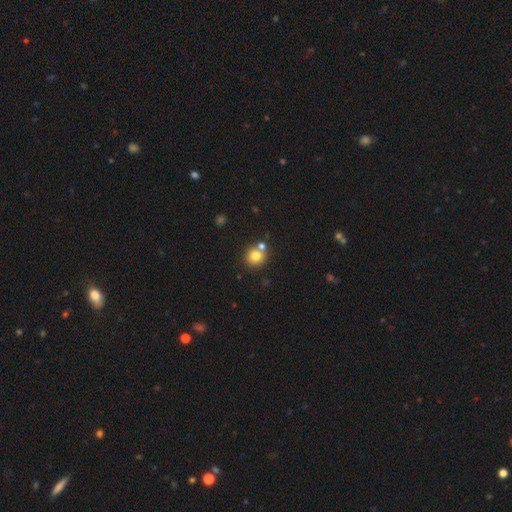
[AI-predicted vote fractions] Q: Smooth or featured?
A: smooth (79%); runner-up: star or artifact (12%)
Q: How rounded?
A: round (87%); runner-up: in between (12%)
Q: Merging?
A: none (61%); runner-up: merger (29%)